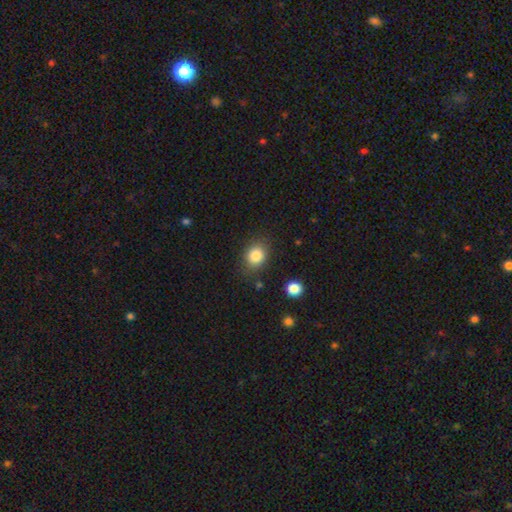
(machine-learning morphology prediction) A smooth galaxy with no disk features (84%) that is round (53%).

Vote fractions:
- Smooth or featured? smooth: 84% / star or artifact: 10% / featured or disk: 6%
- How rounded? round: 53% / in between: 46% / cigar-shaped: 1%
- Merging? none: 79% / minor disturbance: 14% / major disturbance: 4% / merger: 3%